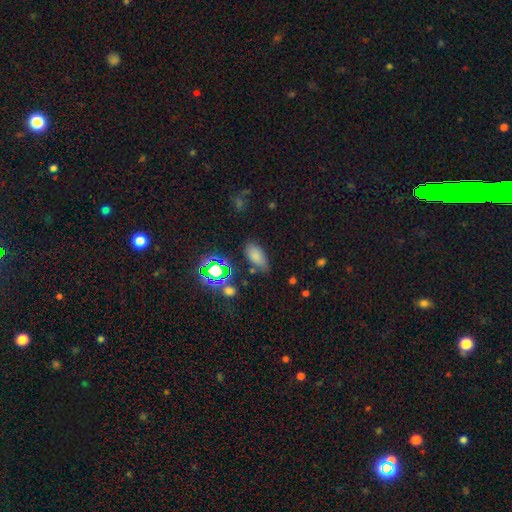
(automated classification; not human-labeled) Smooth or featured?
  - smooth: 72% *
  - star or artifact: 20%
  - featured or disk: 8%
How rounded?
  - in between: 90% *
  - round: 6%
  - cigar-shaped: 4%
Merging?
  - none: 74% *
  - minor disturbance: 16%
  - major disturbance: 5%
  - merger: 4%